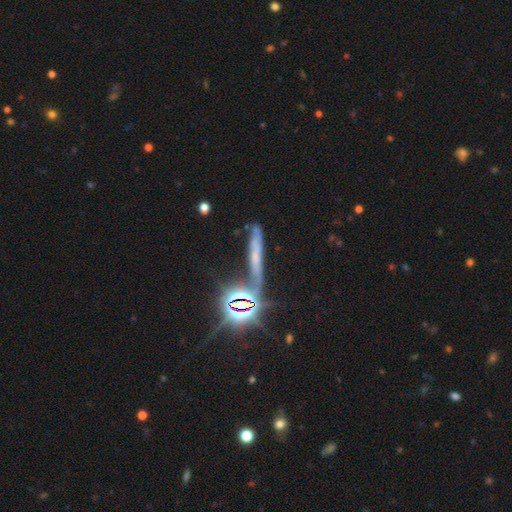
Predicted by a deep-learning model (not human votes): The model was most divided on "smooth or featured": star or artifact: 42%, featured or disk: 30%, smooth: 29%.